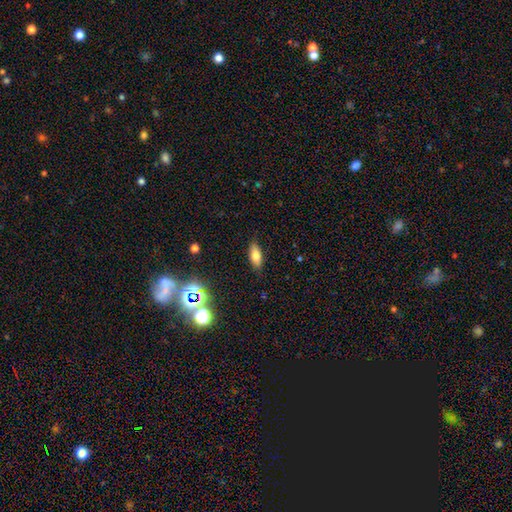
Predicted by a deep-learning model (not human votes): Smooth or featured? smooth (74%)
How rounded? in between (78%)
Merging? none (86%)